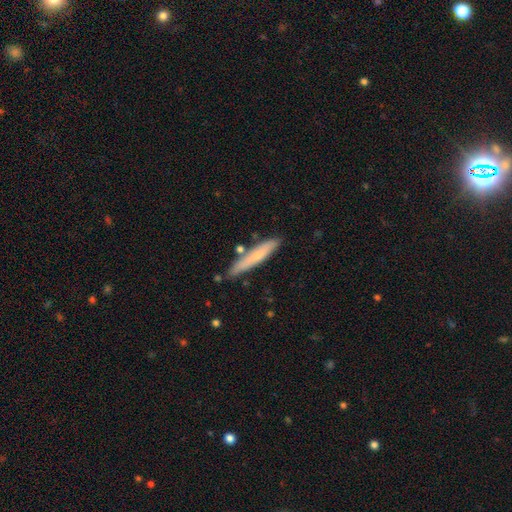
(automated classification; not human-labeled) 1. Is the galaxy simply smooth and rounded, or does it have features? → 65% smooth, 28% featured or disk, 6% star or artifact.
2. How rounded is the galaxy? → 92% cigar-shaped, 7% in between, 1% round.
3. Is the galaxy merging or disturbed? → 80% none, 13% minor disturbance, 5% merger, 2% major disturbance.